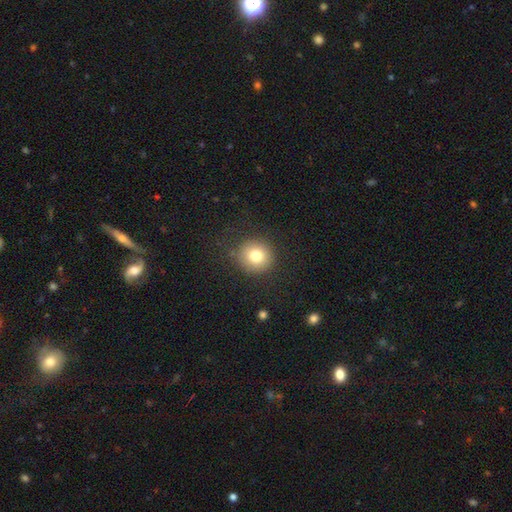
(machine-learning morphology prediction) Smooth or featured? smooth (79%)
How rounded? round (91%)
Merging? none (86%)